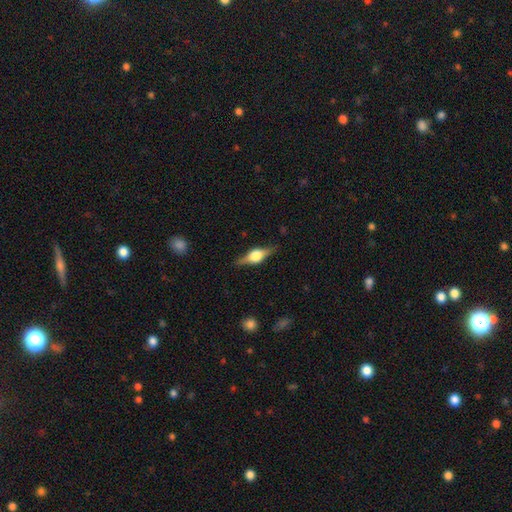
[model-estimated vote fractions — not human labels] Smooth or featured? Predicted: featured or disk (p=0.70). Edge-on disk? Predicted: yes (p=0.97). Edge-on bulge? Predicted: rounded (p=0.92). Merging? Predicted: none (p=0.86).